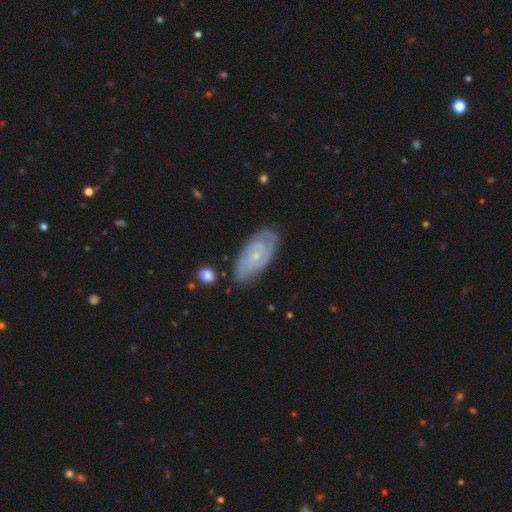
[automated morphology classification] Smooth or featured? Predicted: featured or disk (p=0.75). Edge-on disk? Predicted: no (p=0.93). Bar? Predicted: no (p=0.67). Spiral arms? Predicted: yes (p=0.91). Spiral winding? Predicted: tight (p=0.65). Spiral arm count? Predicted: can't tell (p=0.37). Bulge size? Predicted: small (p=0.78). Merging? Predicted: none (p=0.81).